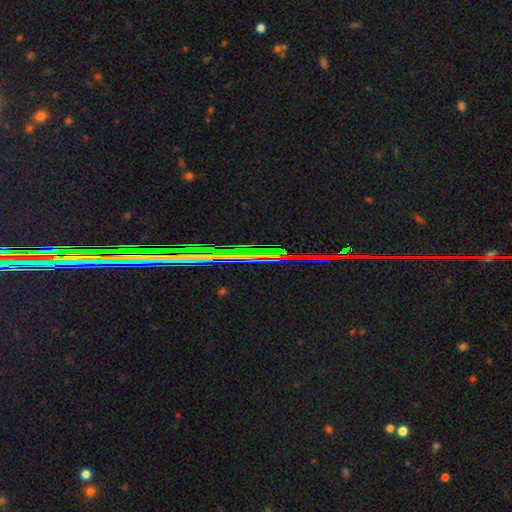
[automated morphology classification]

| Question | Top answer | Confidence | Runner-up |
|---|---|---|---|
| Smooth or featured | star or artifact | 88% | featured or disk (7%) |